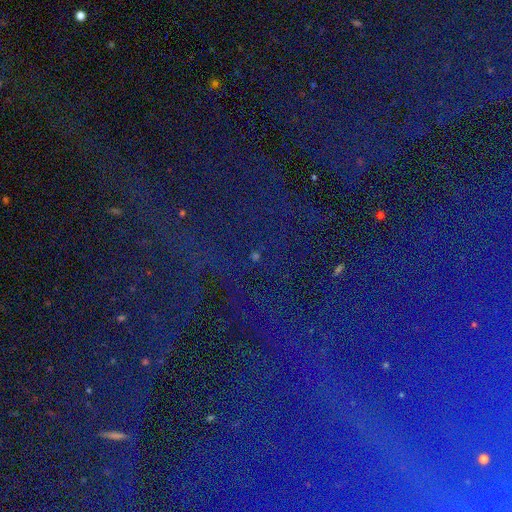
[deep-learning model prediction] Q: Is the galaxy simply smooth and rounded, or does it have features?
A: star or artifact — 85%.